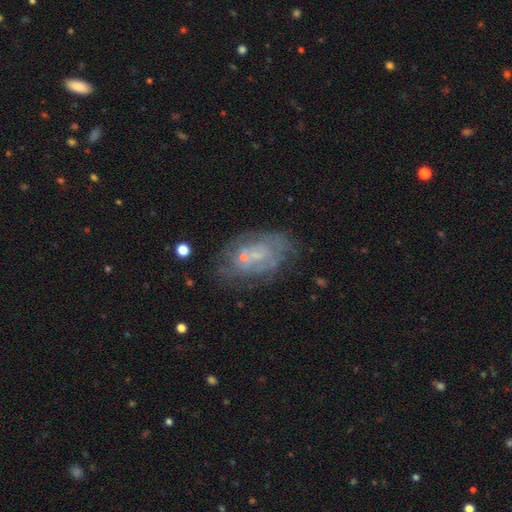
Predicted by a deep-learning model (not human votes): Morphology: type=featured or disk (63%); edge-on=no (96%); bar=no (75%); spiral arms=yes (55%); bulge=small (69%); merging=none (56%).